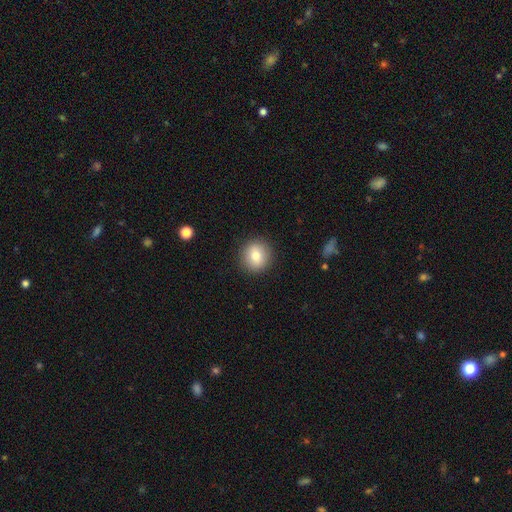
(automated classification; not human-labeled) Q: Smooth or featured?
A: smooth (79%); runner-up: featured or disk (12%)
Q: How rounded?
A: round (90%); runner-up: in between (9%)
Q: Merging?
A: none (91%); runner-up: minor disturbance (6%)